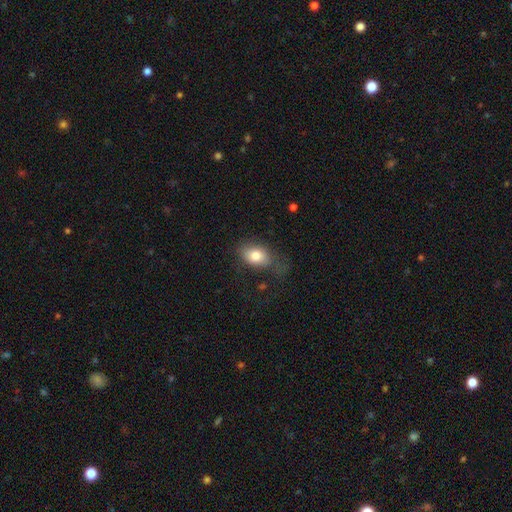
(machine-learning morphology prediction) The model was most divided on "merging": none: 55%, minor disturbance: 27%, major disturbance: 17%, merger: 2%. More confident: how rounded — in between (82%); smooth or featured — smooth (78%).